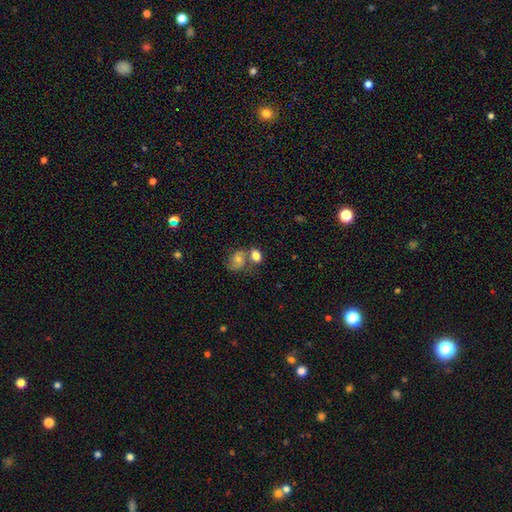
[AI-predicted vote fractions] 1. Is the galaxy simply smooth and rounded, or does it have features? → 73% smooth, 17% featured or disk, 10% star or artifact.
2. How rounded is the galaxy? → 67% in between, 31% round, 2% cigar-shaped.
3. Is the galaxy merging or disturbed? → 43% merger, 39% none, 12% minor disturbance, 6% major disturbance.